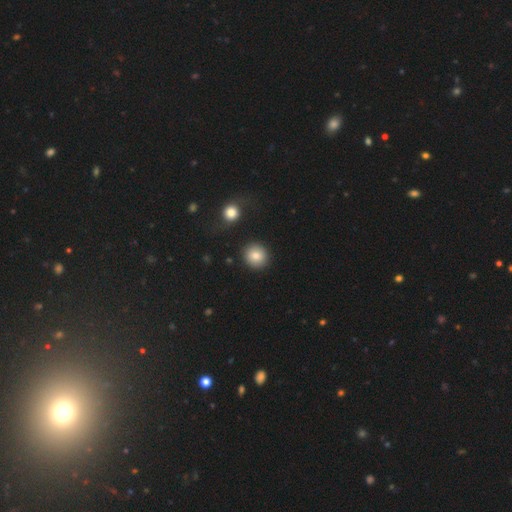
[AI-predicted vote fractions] smooth_or_featured: smooth (p=0.83) [alt: star or artifact p=0.09]
how_rounded: round (p=0.92) [alt: in between p=0.07]
merging: none (p=0.88) [alt: minor disturbance p=0.06]